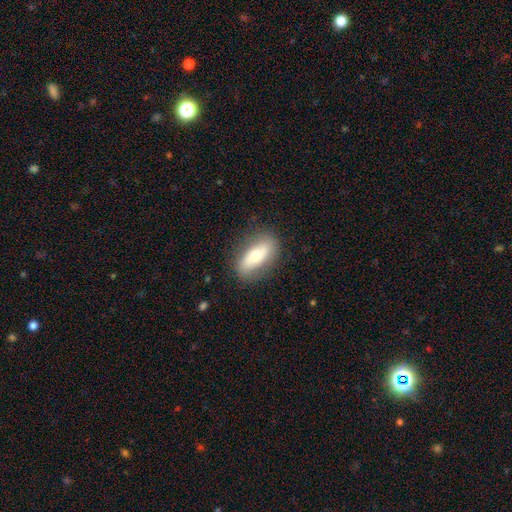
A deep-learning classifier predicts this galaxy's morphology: A smooth galaxy with no disk features (58%) that is in between round and cigar-shaped (78%). Merging: none (84%).